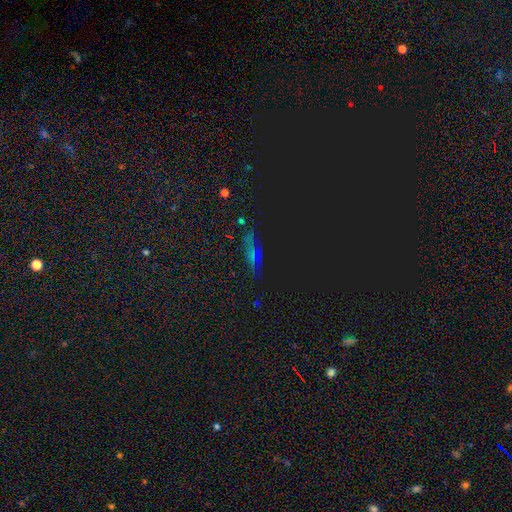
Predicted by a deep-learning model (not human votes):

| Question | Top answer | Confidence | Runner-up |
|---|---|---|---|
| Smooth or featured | star or artifact | 51% | smooth (35%) |